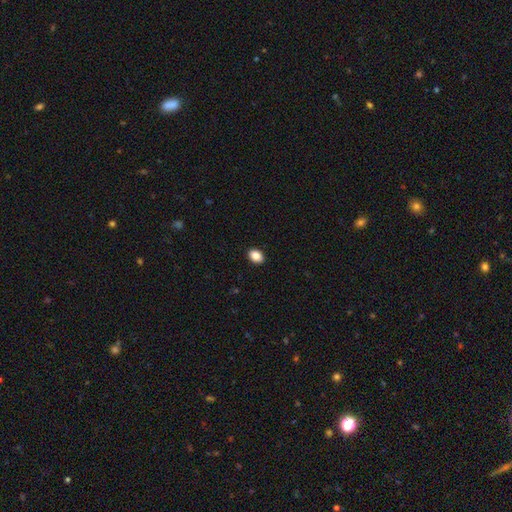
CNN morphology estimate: The model was most divided on "how rounded": in between: 76%, round: 23%, cigar-shaped: 1%. More confident: merging — none (91%); smooth or featured — smooth (87%).